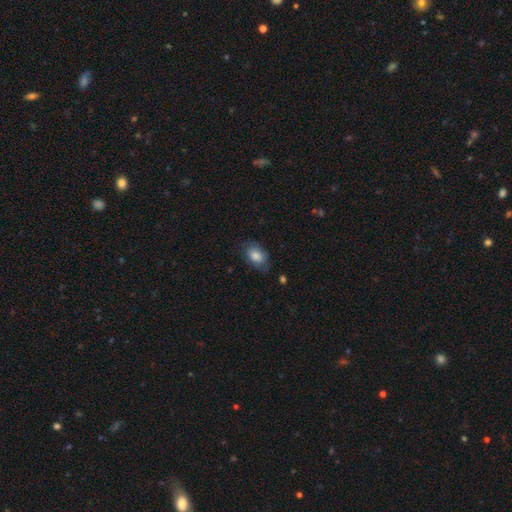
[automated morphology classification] smooth 78%, featured or disk 14%, star or artifact 7%. Down the decision tree: how rounded — in between (86%); merging — none (70%).